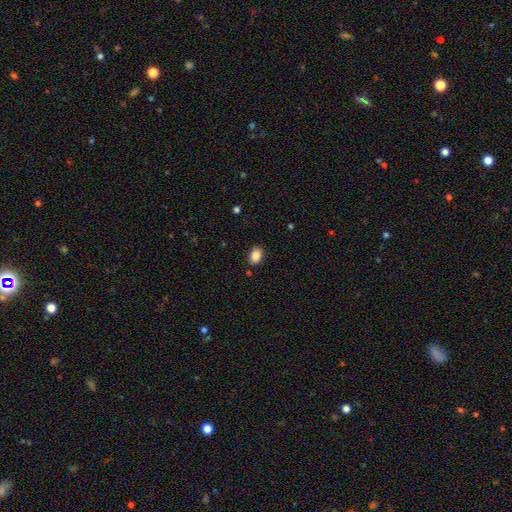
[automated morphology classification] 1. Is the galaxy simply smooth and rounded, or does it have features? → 87% smooth, 8% star or artifact, 4% featured or disk.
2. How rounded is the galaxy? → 75% in between, 24% round, 1% cigar-shaped.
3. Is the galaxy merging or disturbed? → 87% none, 9% minor disturbance, 2% major disturbance, 2% merger.